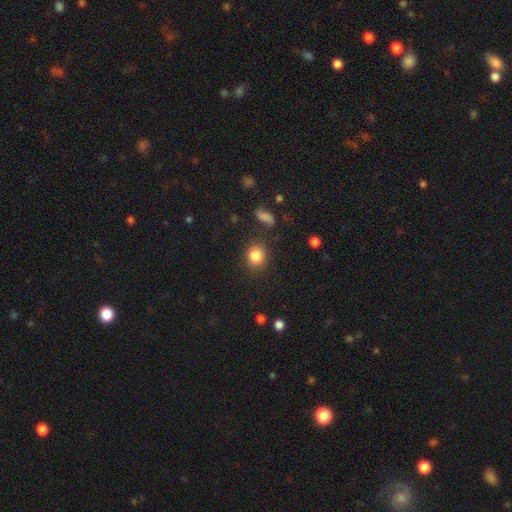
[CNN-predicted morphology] This is clearly a smooth galaxy (85%). How rounded: likely round (73%). Merging: clearly none (83%).